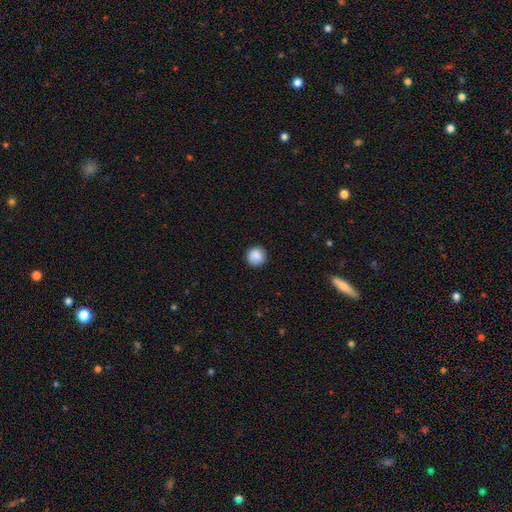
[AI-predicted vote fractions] smooth 88%, star or artifact 8%, featured or disk 4%. Down the decision tree: how rounded — round (94%); merging — none (89%).